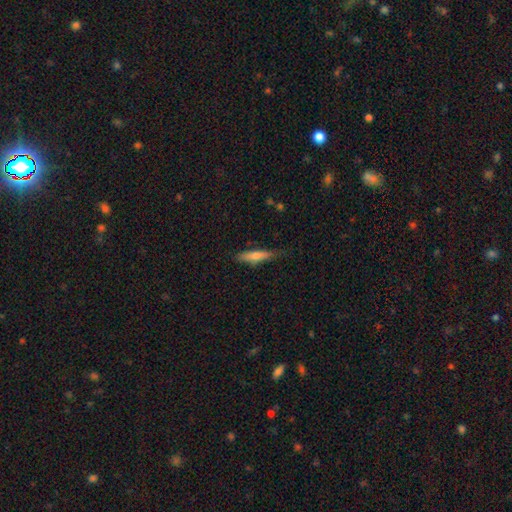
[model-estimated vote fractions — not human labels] Smooth or featured: smooth — 56% (featured or disk — 37%)
How rounded: cigar-shaped — 86% (in between — 12%)
Merging: none — 78% (minor disturbance — 17%)